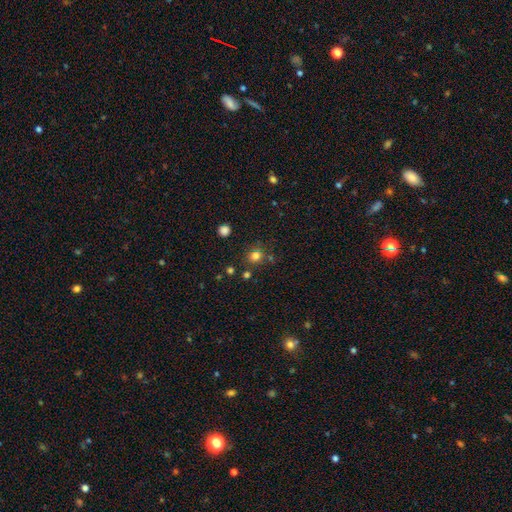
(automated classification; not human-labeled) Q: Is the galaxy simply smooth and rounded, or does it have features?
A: smooth — 76%.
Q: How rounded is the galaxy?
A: round — 81%.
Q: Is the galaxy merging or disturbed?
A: none — 73%.